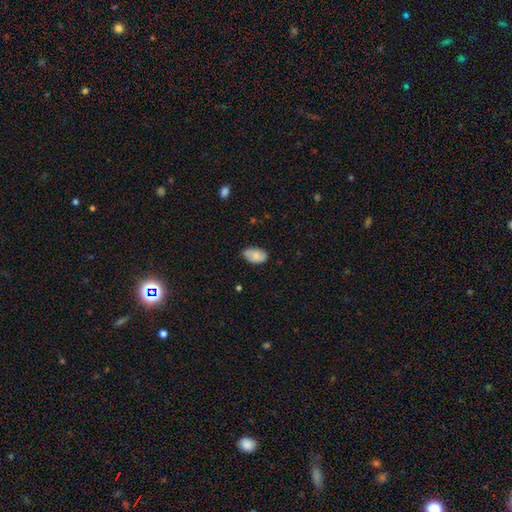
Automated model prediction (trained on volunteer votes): Overall: smooth (76%). How rounded: in between (94%). Merging: none (69%).